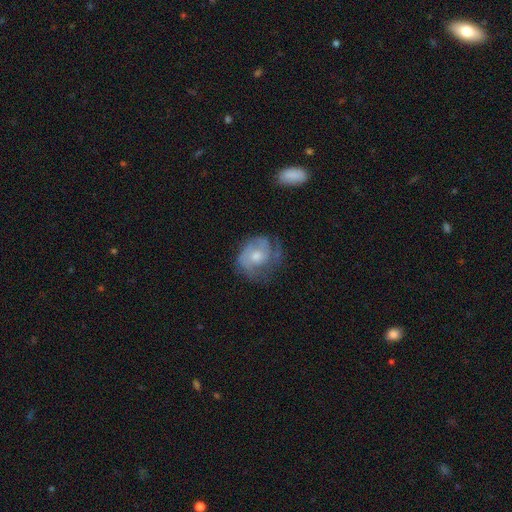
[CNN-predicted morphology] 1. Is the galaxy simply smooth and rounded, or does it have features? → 64% featured or disk, 29% smooth, 7% star or artifact.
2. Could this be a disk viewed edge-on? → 97% no, 3% yes.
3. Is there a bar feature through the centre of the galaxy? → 78% no, 20% weak, 3% strong.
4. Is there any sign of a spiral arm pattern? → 79% yes, 21% no.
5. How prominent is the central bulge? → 59% moderate, 32% small, 5% large, 3% none, 1% dominant.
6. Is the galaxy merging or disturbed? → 51% none, 27% minor disturbance, 20% major disturbance, 2% merger.